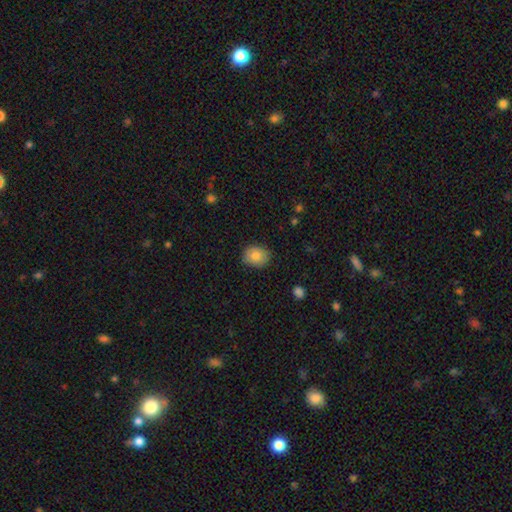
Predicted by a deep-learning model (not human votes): Smooth or featured?
  - smooth: 82% *
  - featured or disk: 10%
  - star or artifact: 8%
How rounded?
  - round: 51% *
  - in between: 48%
  - cigar-shaped: 1%
Merging?
  - none: 83% *
  - minor disturbance: 13%
  - major disturbance: 2%
  - merger: 1%